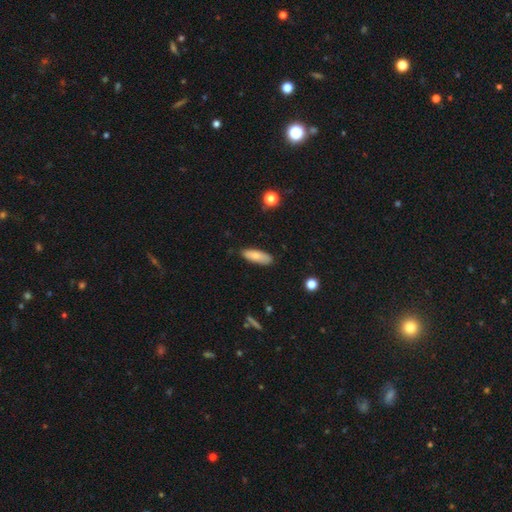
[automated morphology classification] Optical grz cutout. It shows a smooth galaxy with no disk features (79%) that is in between round and cigar-shaped (60%). Merging: none (83%).